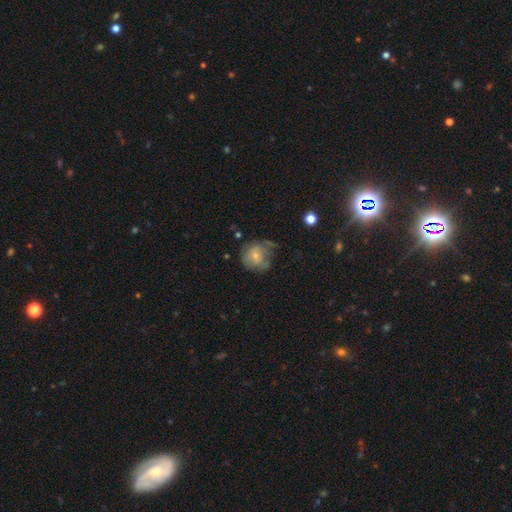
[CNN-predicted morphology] Smooth or featured: smooth — 61% (featured or disk — 29%)
How rounded: round — 78% (in between — 21%)
Merging: none — 42% (minor disturbance — 30%)